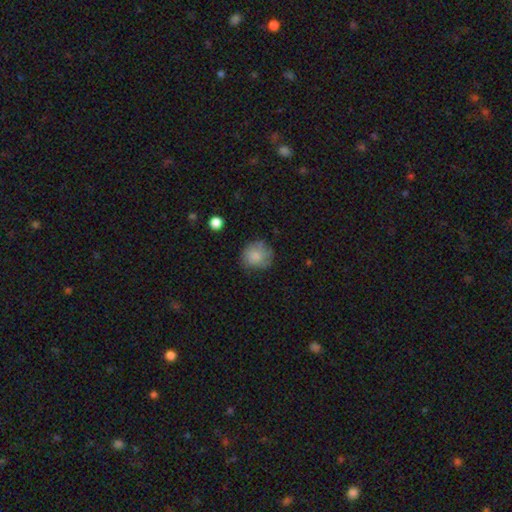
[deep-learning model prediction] Smooth or featured? smooth (76%)
How rounded? round (84%)
Merging? none (68%)